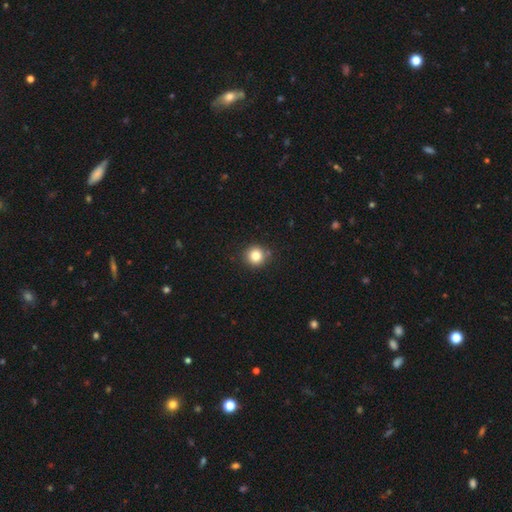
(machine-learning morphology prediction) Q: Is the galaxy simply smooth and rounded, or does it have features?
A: smooth — 82%.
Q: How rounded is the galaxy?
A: round — 94%.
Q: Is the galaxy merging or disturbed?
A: none — 87%.